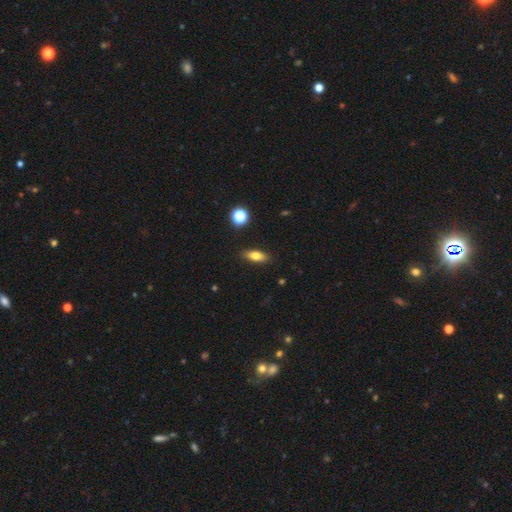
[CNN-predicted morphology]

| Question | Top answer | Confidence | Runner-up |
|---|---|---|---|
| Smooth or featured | smooth | 72% | featured or disk (18%) |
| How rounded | in between | 66% | cigar-shaped (29%) |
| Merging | none | 87% | minor disturbance (9%) |